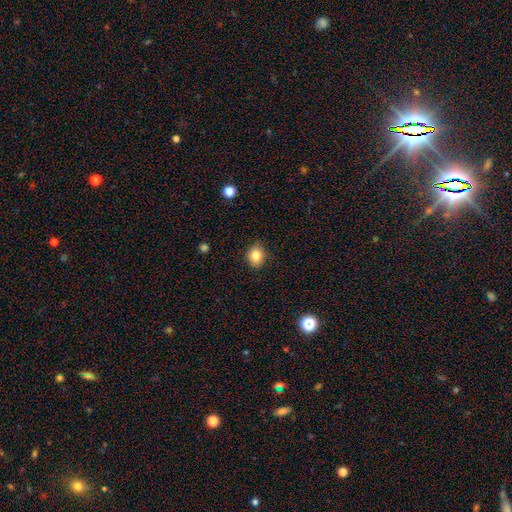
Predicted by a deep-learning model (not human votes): Overall: smooth (83%). How rounded: round (54%; in between 45%). Merging: none (84%).